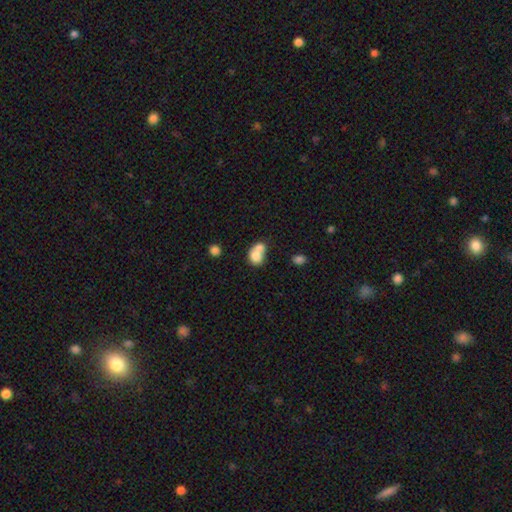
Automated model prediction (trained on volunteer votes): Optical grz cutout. It shows a smooth galaxy with no disk features (75%) that is round (56%). Merging: merger (69%).